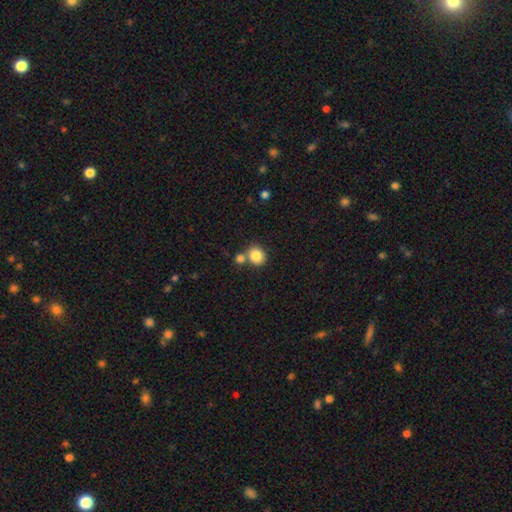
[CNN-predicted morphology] Smooth or featured: smooth — 84% (star or artifact — 10%)
How rounded: round — 78% (in between — 21%)
Merging: none — 62% (merger — 27%)